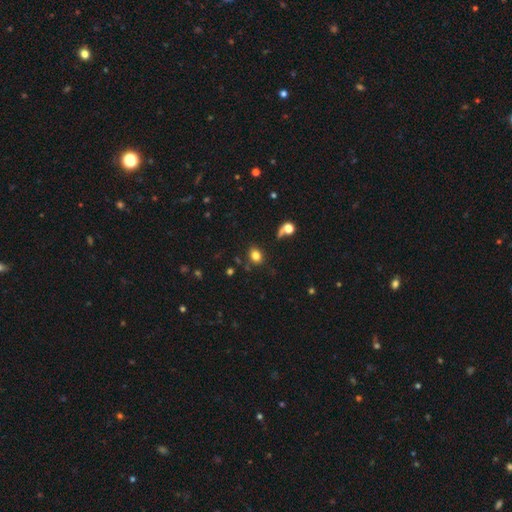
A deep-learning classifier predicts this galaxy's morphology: The model was most divided on "how rounded": round: 50%, in between: 49%, cigar-shaped: 1%. More confident: smooth or featured — smooth (80%); merging — none (80%).